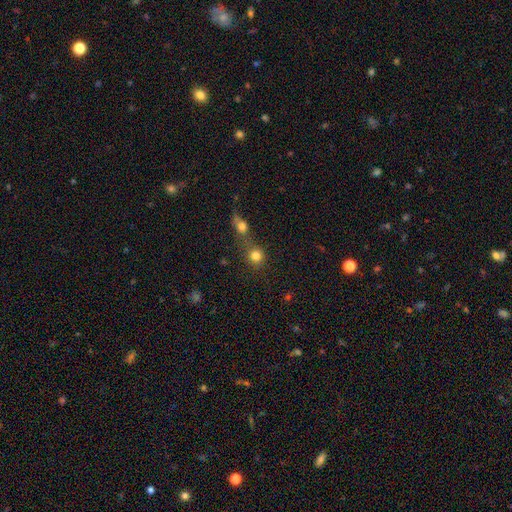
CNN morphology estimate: Q: Smooth or featured?
A: smooth (80%); runner-up: star or artifact (12%)
Q: How rounded?
A: round (87%); runner-up: in between (12%)
Q: Merging?
A: none (48%); runner-up: merger (41%)